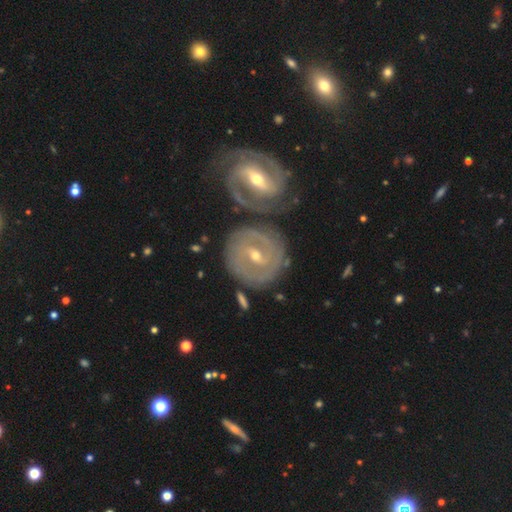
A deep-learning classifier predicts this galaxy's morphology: Smooth or featured? Predicted: featured or disk (p=0.84). Edge-on disk? Predicted: no (p=0.95). Bar? Predicted: weak (p=0.41). Spiral arms? Predicted: yes (p=0.90). Spiral winding? Predicted: tight (p=0.67). Spiral arm count? Predicted: 2 (p=0.63). Bulge size? Predicted: small (p=0.49). Merging? Predicted: none (p=0.67).